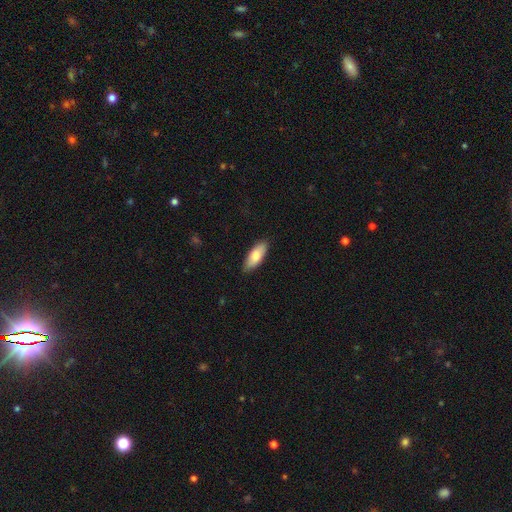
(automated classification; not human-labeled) smooth_or_featured: smooth (p=0.80) [alt: featured or disk p=0.14]
how_rounded: in between (p=0.75) [alt: cigar-shaped p=0.24]
merging: none (p=0.88) [alt: minor disturbance p=0.10]